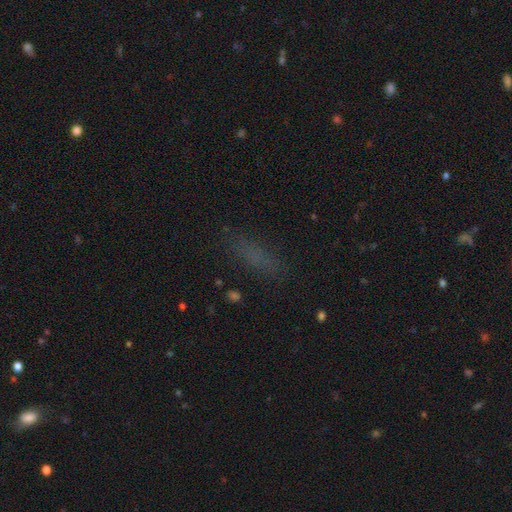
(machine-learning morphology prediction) The model was most divided on "how rounded": cigar-shaped: 53%, in between: 42%, round: 4%. More confident: merging — none (80%); smooth or featured — smooth (63%).